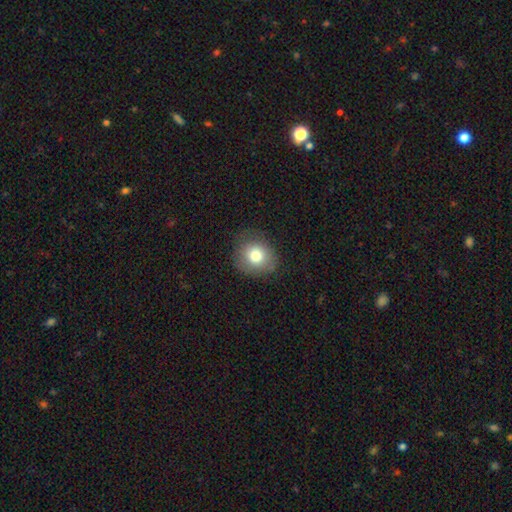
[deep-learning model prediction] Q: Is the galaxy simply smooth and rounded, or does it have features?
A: smooth — 77%.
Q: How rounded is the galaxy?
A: round — 75%.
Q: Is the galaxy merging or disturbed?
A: none — 79%.